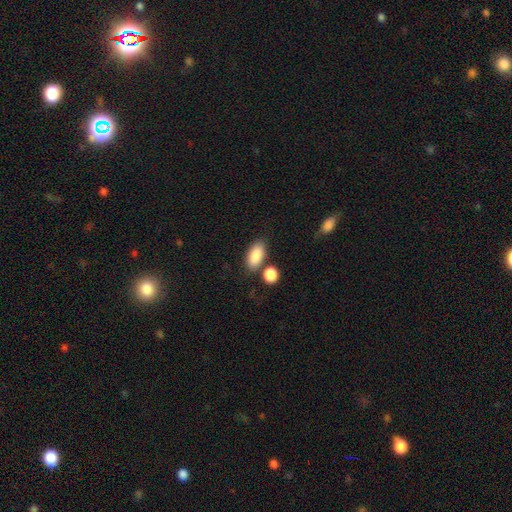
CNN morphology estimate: This is clearly a smooth galaxy (87%). How rounded: clearly in between (90%). Merging: likely none (71%).